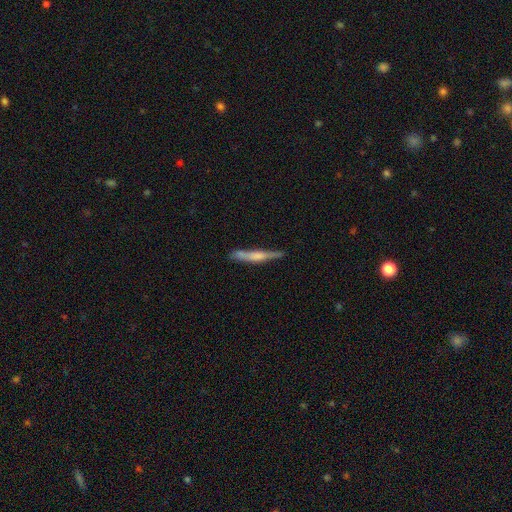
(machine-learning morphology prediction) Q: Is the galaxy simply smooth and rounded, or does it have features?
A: featured or disk — 52%.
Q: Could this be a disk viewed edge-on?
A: yes — 95%.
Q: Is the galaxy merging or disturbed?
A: none — 77%.